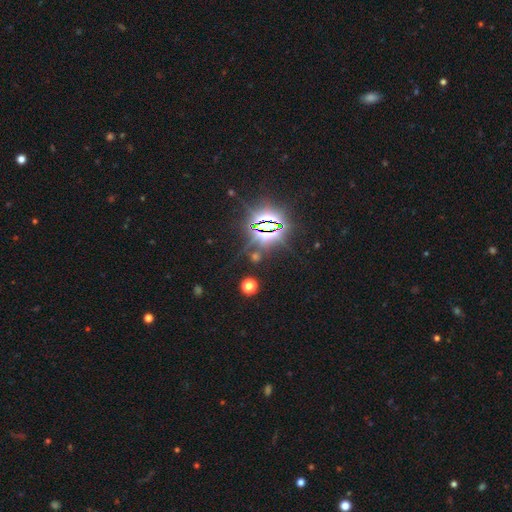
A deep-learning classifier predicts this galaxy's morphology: Q: Smooth or featured?
A: star or artifact (83%); runner-up: smooth (10%)